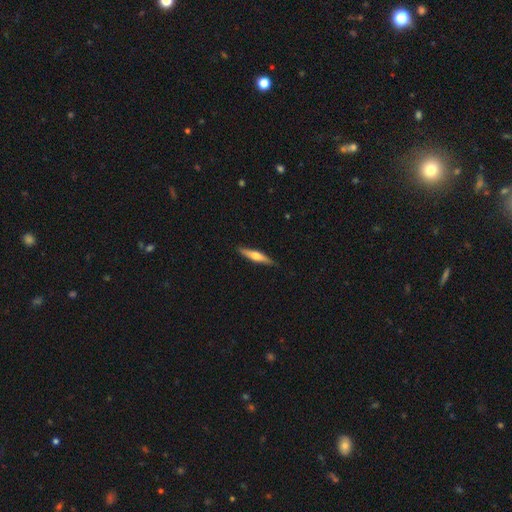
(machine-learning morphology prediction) featured or disk 53%, smooth 42%, star or artifact 5%. Down the decision tree: edge-on disk — yes (95%); edge-on bulge — rounded (90%); merging — none (89%).